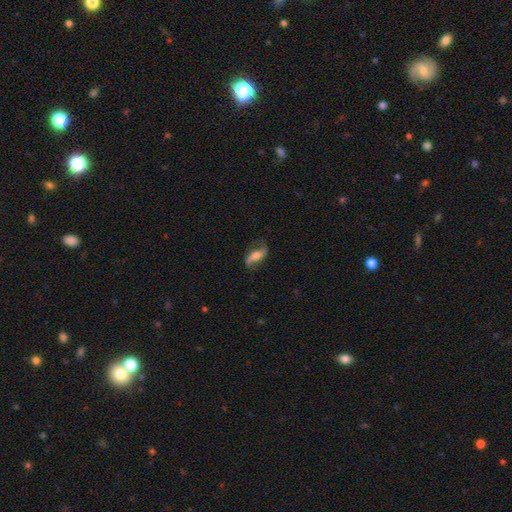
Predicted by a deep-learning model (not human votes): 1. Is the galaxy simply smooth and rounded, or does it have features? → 71% featured or disk, 22% smooth, 7% star or artifact.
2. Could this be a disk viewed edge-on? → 91% no, 9% yes.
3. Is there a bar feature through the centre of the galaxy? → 39% no, 33% weak, 28% strong.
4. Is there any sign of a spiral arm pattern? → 92% yes, 8% no.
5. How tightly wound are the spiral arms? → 76% loose, 18% medium, 6% tight.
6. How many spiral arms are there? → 90% 2, 4% 1, 3% can't tell, 1% 3, 1% 4, 1% more than 4.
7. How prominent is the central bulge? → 44% moderate, 32% small, 12% large, 9% none, 3% dominant.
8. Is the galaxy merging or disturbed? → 72% none, 18% minor disturbance, 9% major disturbance, 2% merger.